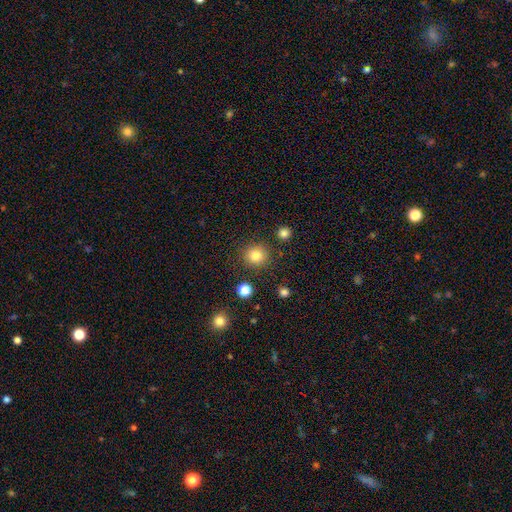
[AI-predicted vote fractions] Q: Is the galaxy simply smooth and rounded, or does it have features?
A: smooth — 83%.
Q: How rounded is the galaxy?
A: round — 91%.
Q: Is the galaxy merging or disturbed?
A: none — 87%.